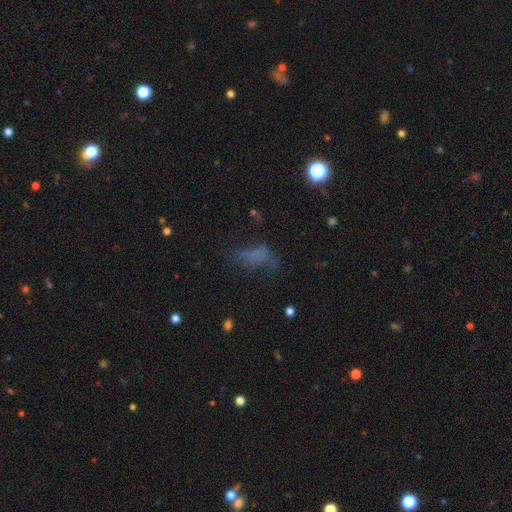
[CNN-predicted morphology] A smooth galaxy with no disk features (47%).

Vote fractions:
- Smooth or featured? smooth: 47% / star or artifact: 26% / featured or disk: 26%
- Merging? none: 41% / major disturbance: 33% / minor disturbance: 22% / merger: 4%